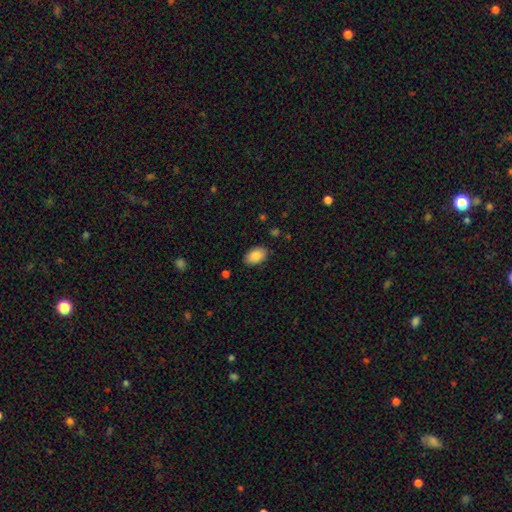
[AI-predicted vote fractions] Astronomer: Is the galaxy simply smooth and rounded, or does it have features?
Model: smooth — 85%.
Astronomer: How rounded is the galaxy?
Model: in between — 91%.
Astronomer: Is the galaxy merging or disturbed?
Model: none — 86%.